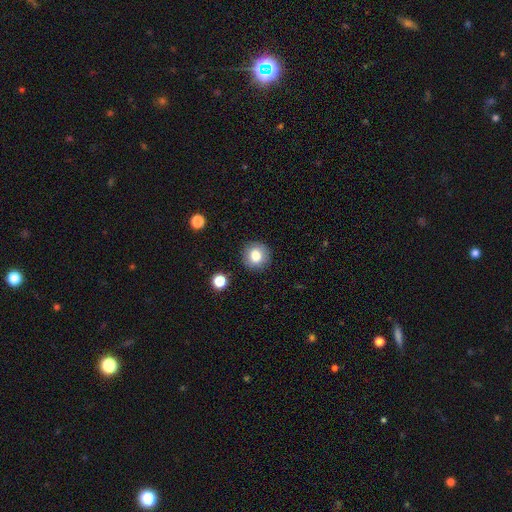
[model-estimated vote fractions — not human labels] A smooth galaxy with no disk features (83%) that is round (91%).

Vote fractions:
- Smooth or featured? smooth: 83% / star or artifact: 10% / featured or disk: 8%
- How rounded? round: 91% / in between: 8% / cigar-shaped: 1%
- Merging? none: 88% / minor disturbance: 8% / major disturbance: 3% / merger: 2%